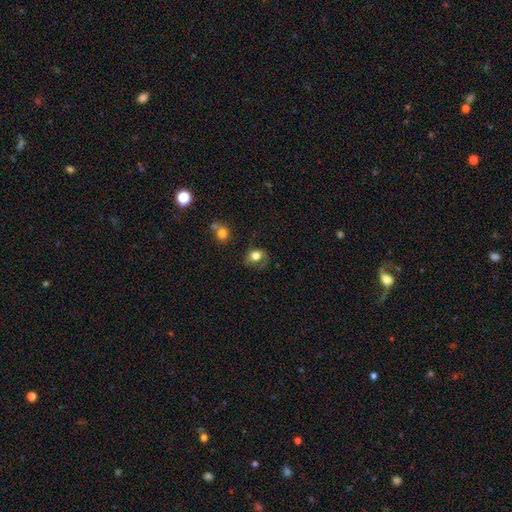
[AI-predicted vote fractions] Smooth or featured? Predicted: smooth (p=0.68). How rounded? Predicted: round (p=0.59). Merging? Predicted: none (p=0.48).